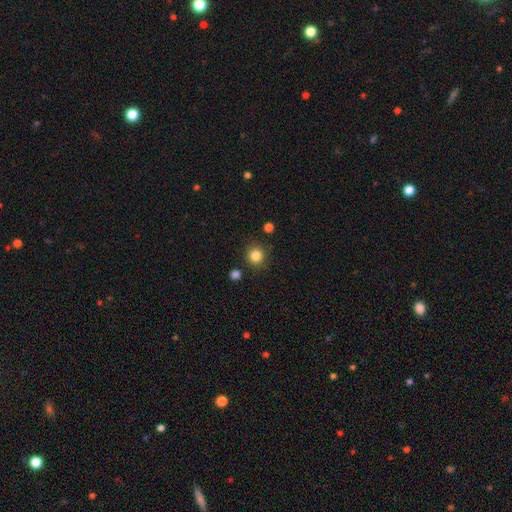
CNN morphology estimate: Smooth or featured? Predicted: smooth (p=0.84). How rounded? Predicted: round (p=0.91). Merging? Predicted: none (p=0.86).